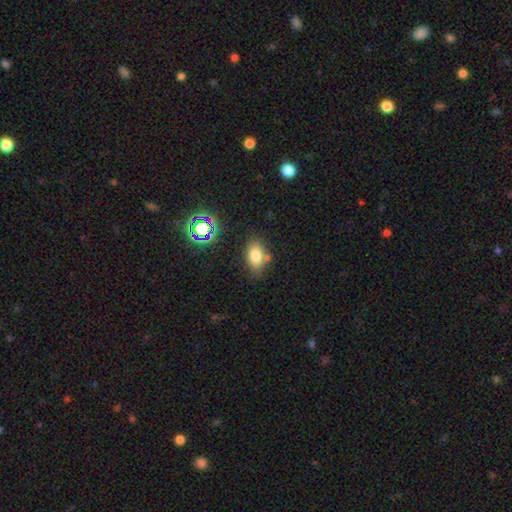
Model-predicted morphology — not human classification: The model was most divided on "merging": none: 72%, minor disturbance: 16%, merger: 8%, major disturbance: 4%. More confident: how rounded — in between (84%); smooth or featured — smooth (77%).